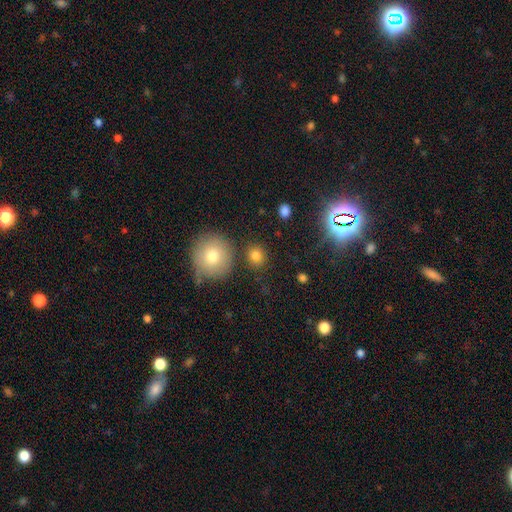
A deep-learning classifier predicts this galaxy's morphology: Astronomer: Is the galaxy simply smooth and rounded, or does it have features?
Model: smooth — 81%.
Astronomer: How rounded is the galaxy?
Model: round — 83%.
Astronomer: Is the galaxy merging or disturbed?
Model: none — 82%.